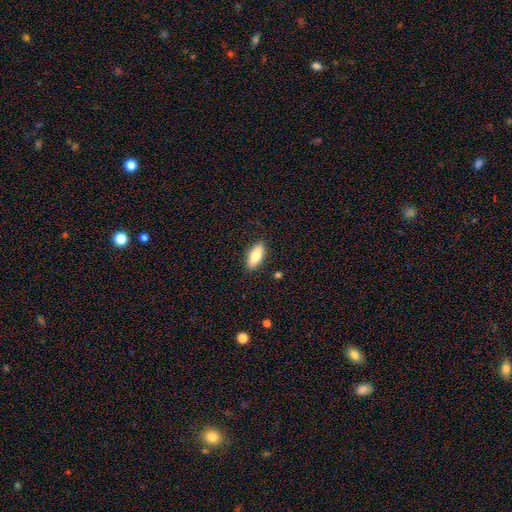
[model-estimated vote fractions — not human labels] Morphology: type=smooth (76%); roundness=in between (78%); merging=none (87%).